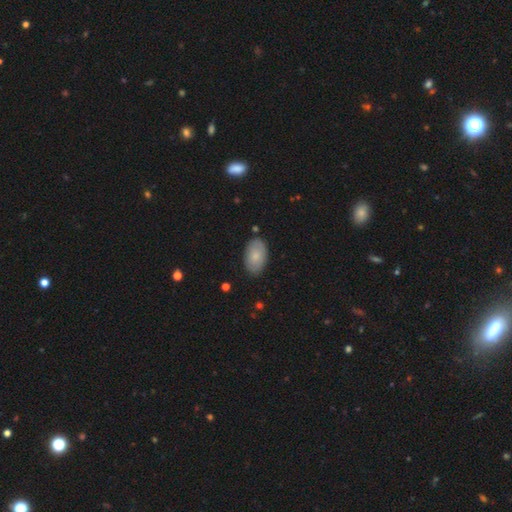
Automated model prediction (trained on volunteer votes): Smooth or featured: smooth — 80% (featured or disk — 14%)
How rounded: in between — 94% (round — 5%)
Merging: none — 85% (minor disturbance — 12%)